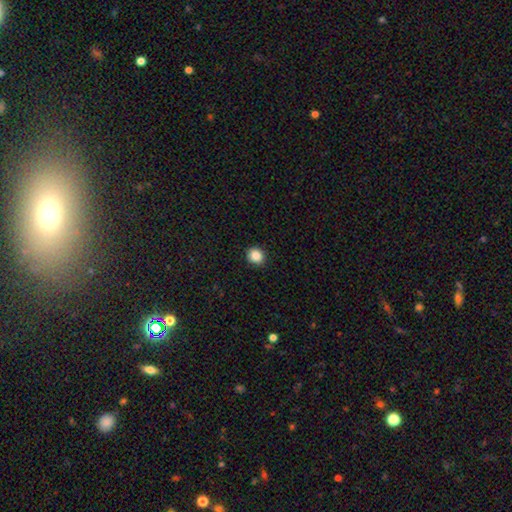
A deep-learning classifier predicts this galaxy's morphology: The model was most divided on "how rounded": round: 84%, in between: 15%, cigar-shaped: 1%. More confident: merging — none (91%); smooth or featured — smooth (87%).